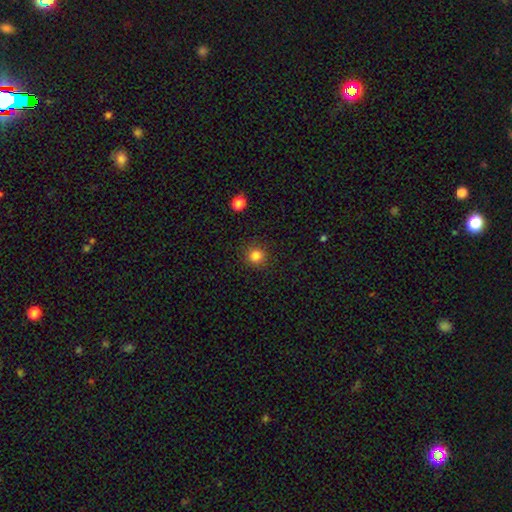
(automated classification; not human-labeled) smooth_or_featured: smooth (p=0.84) [alt: star or artifact p=0.12]
how_rounded: round (p=0.91) [alt: in between p=0.08]
merging: none (p=0.90) [alt: minor disturbance p=0.07]